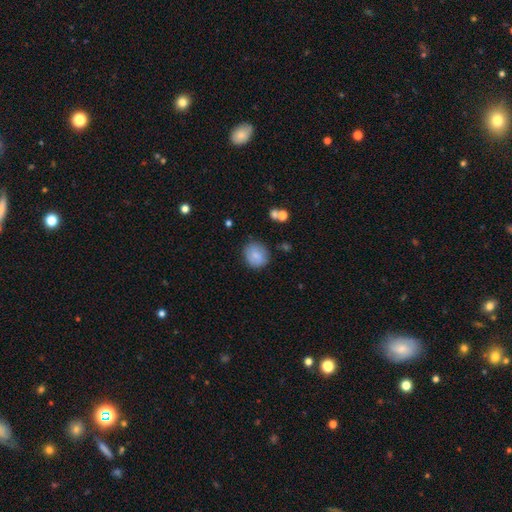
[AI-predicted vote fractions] smooth 79%, featured or disk 13%, star or artifact 8%. Down the decision tree: how rounded — round (74%); merging — none (79%).